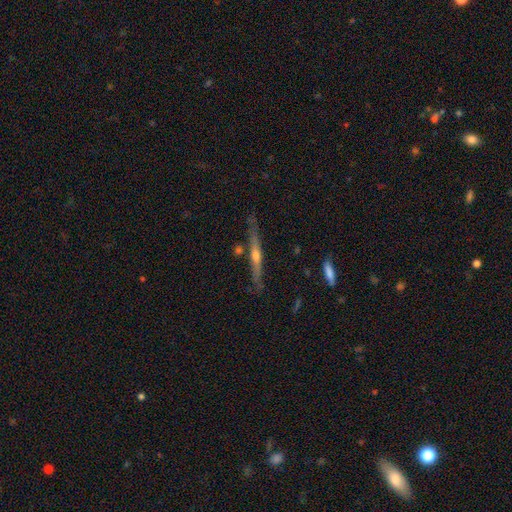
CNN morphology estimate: A featured or disk galaxy (70%) viewed edge-on (96%) with a rounded central bulge (81%). Merging: none (78%).